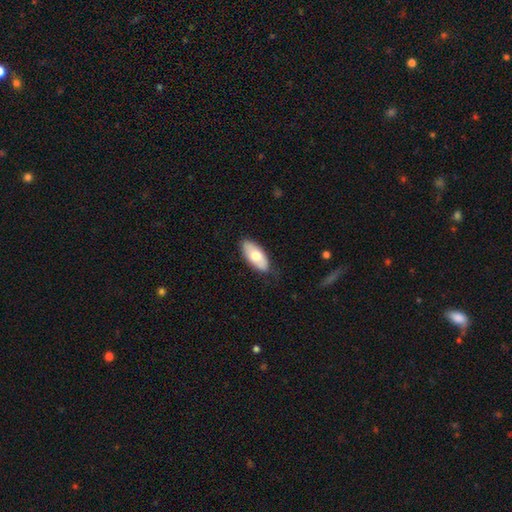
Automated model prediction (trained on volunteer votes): Smooth or featured?
  - smooth: 67% *
  - featured or disk: 27%
  - star or artifact: 6%
How rounded?
  - in between: 88% *
  - cigar-shaped: 10%
  - round: 2%
Merging?
  - none: 81% *
  - minor disturbance: 15%
  - major disturbance: 3%
  - merger: 1%